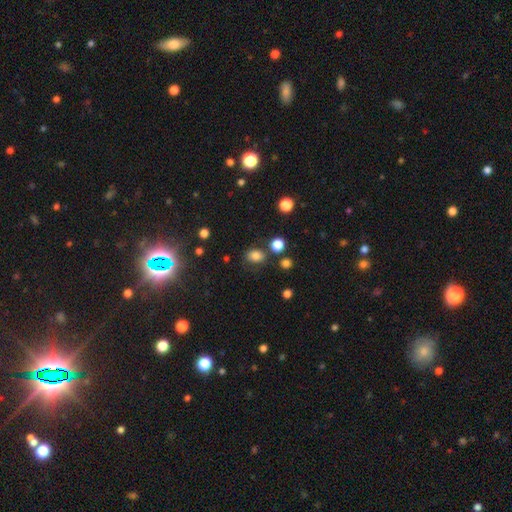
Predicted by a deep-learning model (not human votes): Q: Smooth or featured?
A: smooth (80%); runner-up: star or artifact (13%)
Q: How rounded?
A: in between (62%); runner-up: round (37%)
Q: Merging?
A: none (75%); runner-up: minor disturbance (14%)